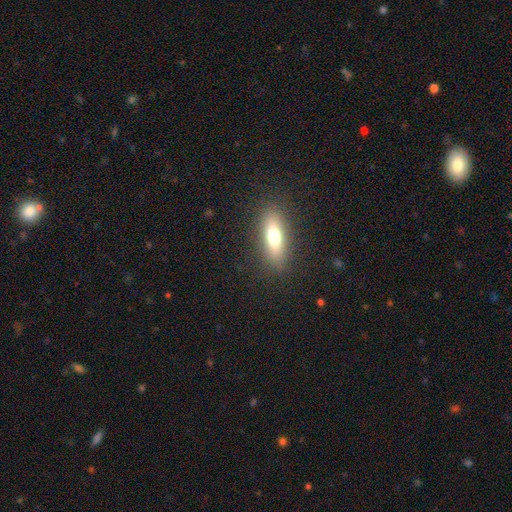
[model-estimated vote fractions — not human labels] This appears to be a smooth galaxy with no disk features (57%) that is in between round and cigar-shaped (58%). Merging: none (90%).